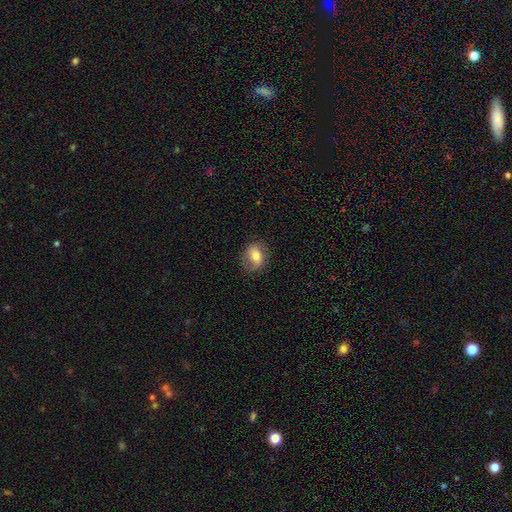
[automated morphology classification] Q: Smooth or featured?
A: smooth (66%); runner-up: featured or disk (25%)
Q: How rounded?
A: in between (62%); runner-up: round (37%)
Q: Merging?
A: none (71%); runner-up: minor disturbance (20%)